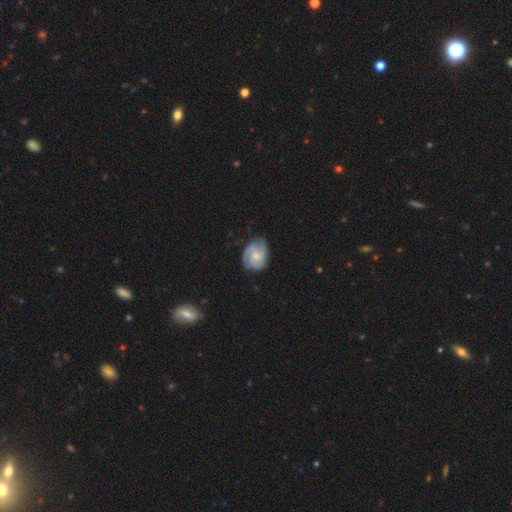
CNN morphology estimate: Q: Smooth or featured?
A: featured or disk (61%); runner-up: smooth (33%)
Q: Edge-on disk?
A: no (98%); runner-up: yes (2%)
Q: Bar?
A: no (73%); runner-up: weak (24%)
Q: Spiral arms?
A: yes (90%); runner-up: no (10%)
Q: Spiral winding?
A: medium (43%); runner-up: tight (42%)
Q: Spiral arm count?
A: 3 (43%); runner-up: 2 (24%)
Q: Bulge size?
A: small (50%); runner-up: moderate (40%)
Q: Merging?
A: none (66%); runner-up: minor disturbance (25%)